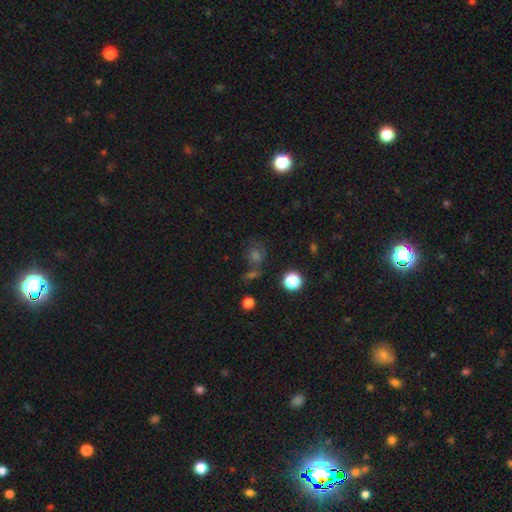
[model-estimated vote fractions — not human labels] This is possibly a smooth galaxy (52%). How rounded: likely round (76%). Merging: likely none (63%).